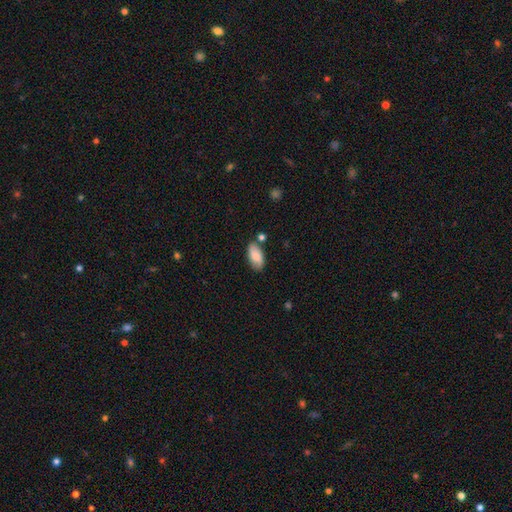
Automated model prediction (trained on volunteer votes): Q: Smooth or featured?
A: smooth (77%); runner-up: featured or disk (16%)
Q: How rounded?
A: in between (91%); runner-up: cigar-shaped (6%)
Q: Merging?
A: none (76%); runner-up: minor disturbance (15%)